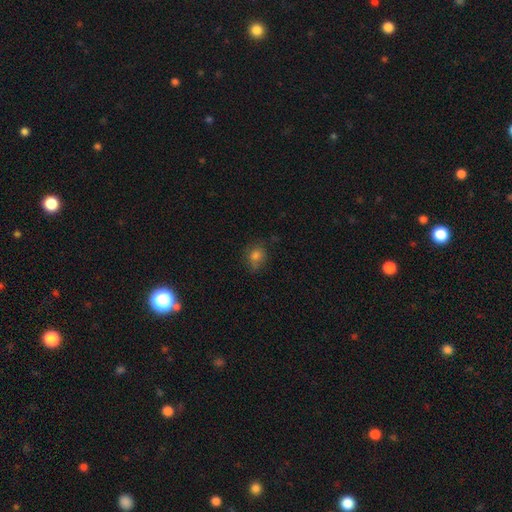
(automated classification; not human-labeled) A smooth galaxy with no disk features (79%) that is round (59%).

Vote fractions:
- Smooth or featured? smooth: 79% / star or artifact: 13% / featured or disk: 8%
- How rounded? round: 59% / in between: 40% / cigar-shaped: 1%
- Merging? none: 67% / minor disturbance: 24% / major disturbance: 7% / merger: 2%